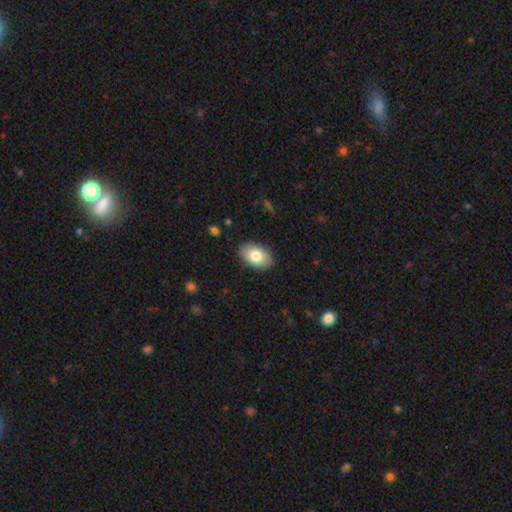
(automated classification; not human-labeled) Smooth or featured? smooth (81%)
How rounded? in between (92%)
Merging? none (87%)